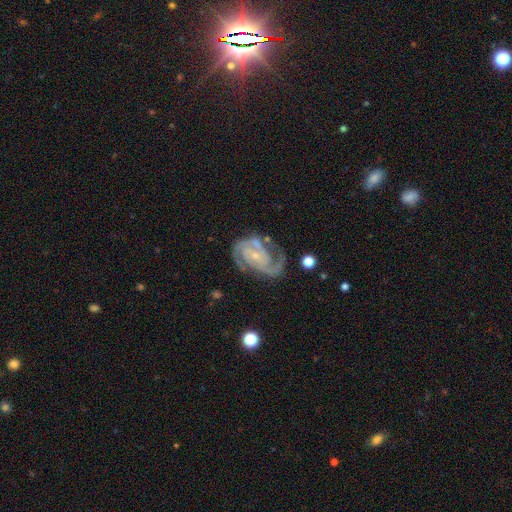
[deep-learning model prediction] This appears to be a featured or disk galaxy (91%) with no bar (56%), 2 (57%) tight (51%) spiral arms (98%) and a small central bulge (76%). Merging: none (65%).